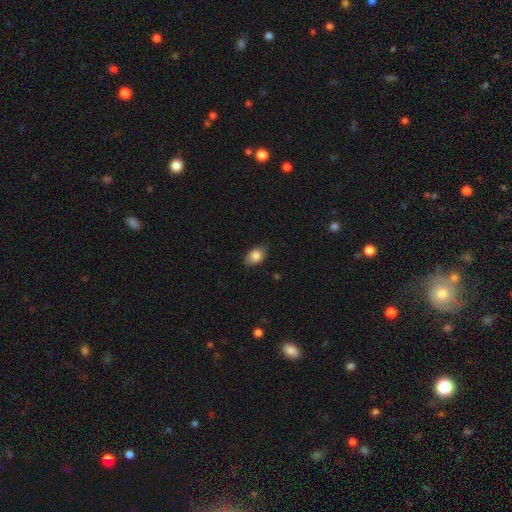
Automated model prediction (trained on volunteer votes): The model was most divided on "merging": none: 80%, minor disturbance: 16%, major disturbance: 3%, merger: 1%. More confident: smooth or featured — smooth (85%); how rounded — in between (83%).